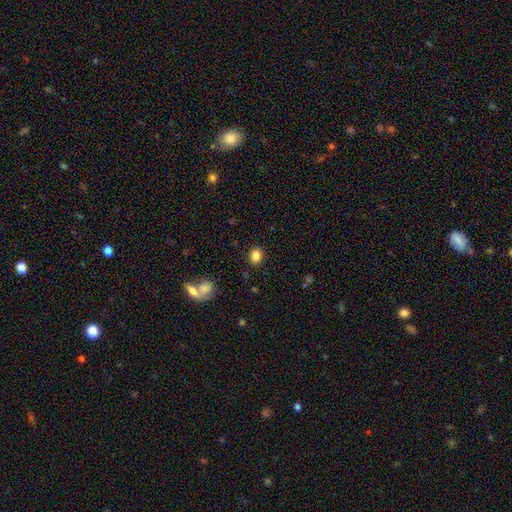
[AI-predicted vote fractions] Smooth or featured: smooth — 84% (star or artifact — 10%)
How rounded: round — 50% (in between — 49%)
Merging: none — 87% (minor disturbance — 8%)